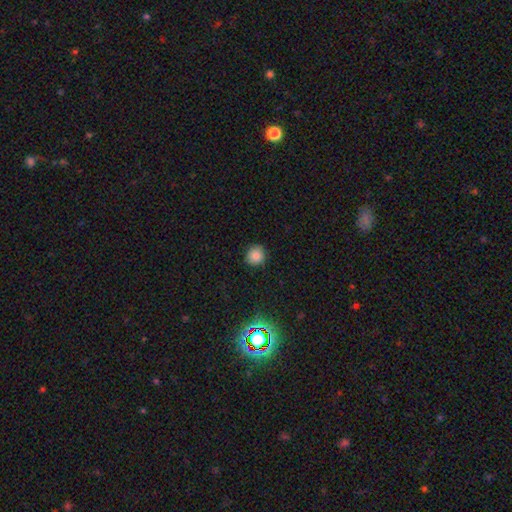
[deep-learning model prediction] Smooth or featured? Predicted: smooth (p=0.80). How rounded? Predicted: round (p=0.90). Merging? Predicted: none (p=0.86).